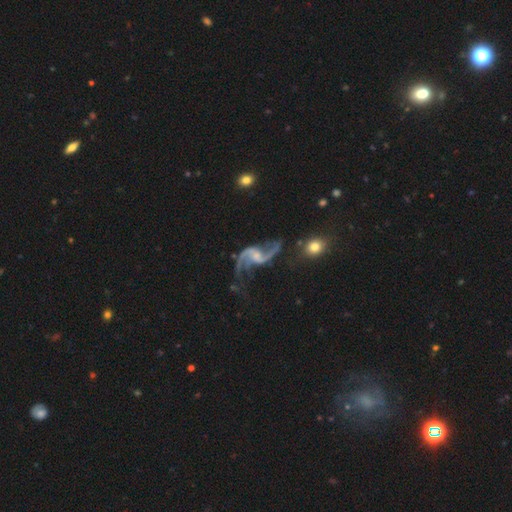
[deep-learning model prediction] Morphology: type=featured or disk (92%); edge-on=no (97%); bar=weak (45%); spiral arms=yes (97%); winding=loose (85%); arm count=2 (93%); bulge=small (54%); merging=none (59%).